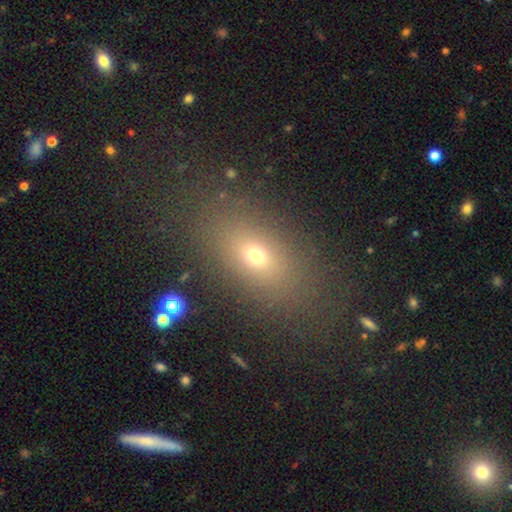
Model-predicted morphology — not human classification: Smooth or featured?
  - smooth: 65% *
  - star or artifact: 19%
  - featured or disk: 16%
How rounded?
  - in between: 74% *
  - round: 21%
  - cigar-shaped: 5%
Merging?
  - none: 79% *
  - minor disturbance: 11%
  - major disturbance: 7%
  - merger: 3%